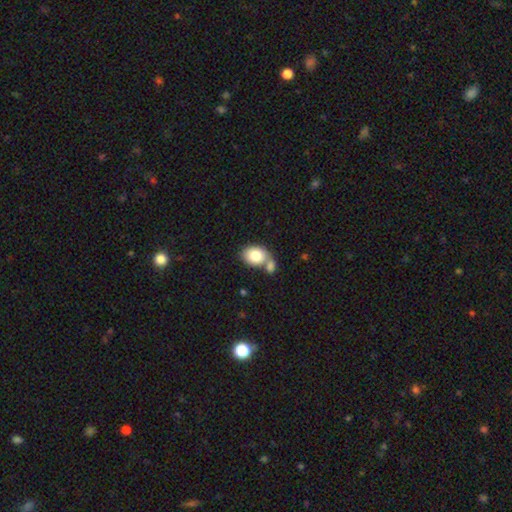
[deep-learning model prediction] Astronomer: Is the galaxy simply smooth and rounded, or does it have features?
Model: smooth — 81%.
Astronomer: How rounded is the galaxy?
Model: in between — 68%.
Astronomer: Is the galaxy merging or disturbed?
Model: none — 43% (runner-up: merger, 41%).